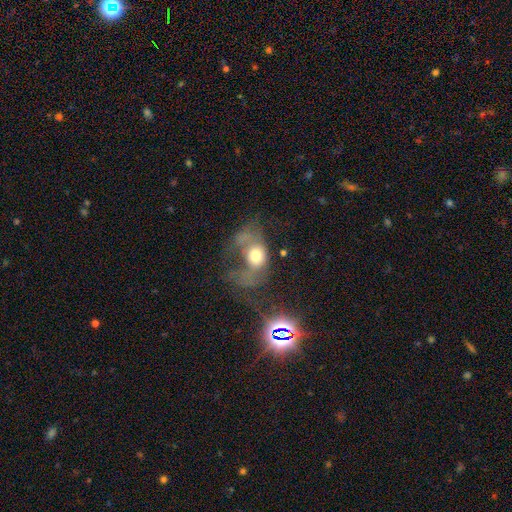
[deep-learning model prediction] The model was most divided on "how rounded": in between: 51%, round: 47%, cigar-shaped: 2%. More confident: merging — major disturbance (57%); smooth or featured — smooth (53%).